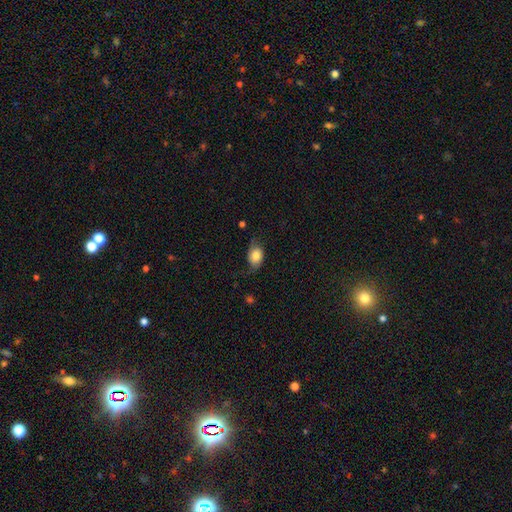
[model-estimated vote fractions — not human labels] This appears to be a smooth galaxy with no disk features (73%) that is in between round and cigar-shaped (79%). Merging: none (59%).